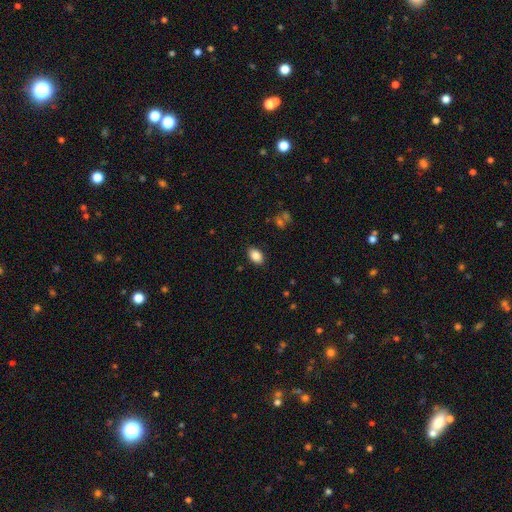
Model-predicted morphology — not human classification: Smooth or featured?
  - smooth: 86% *
  - star or artifact: 8%
  - featured or disk: 6%
How rounded?
  - in between: 87% *
  - round: 12%
  - cigar-shaped: 1%
Merging?
  - none: 87% *
  - minor disturbance: 9%
  - major disturbance: 2%
  - merger: 1%